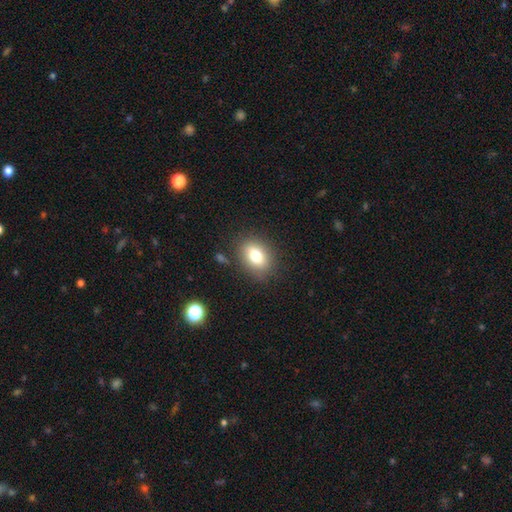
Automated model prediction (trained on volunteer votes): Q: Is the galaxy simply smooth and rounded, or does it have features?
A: smooth — 78%.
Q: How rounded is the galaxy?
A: in between — 72%.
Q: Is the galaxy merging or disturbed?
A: none — 83%.